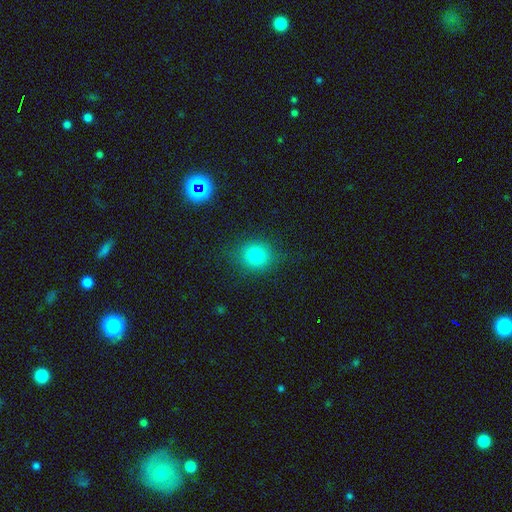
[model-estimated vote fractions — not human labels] smooth-or-featured: smooth: 80% | star or artifact: 13% | featured or disk: 7%
  how-rounded: round: 80% | in between: 18% | cigar-shaped: 1%
  merging: none: 84% | minor disturbance: 10% | major disturbance: 4% | merger: 1%